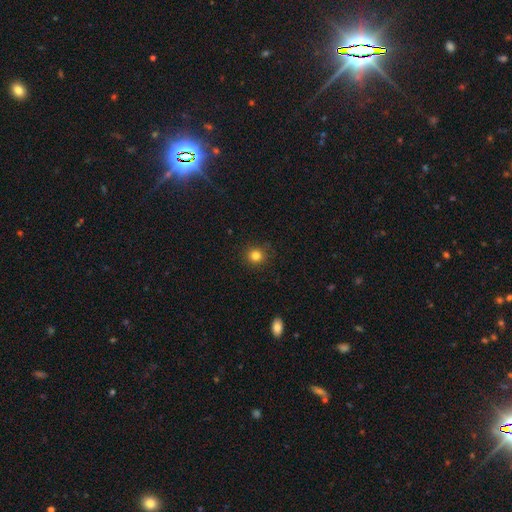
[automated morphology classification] Q: Smooth or featured?
A: smooth (82%); runner-up: star or artifact (13%)
Q: How rounded?
A: round (90%); runner-up: in between (9%)
Q: Merging?
A: none (90%); runner-up: minor disturbance (7%)